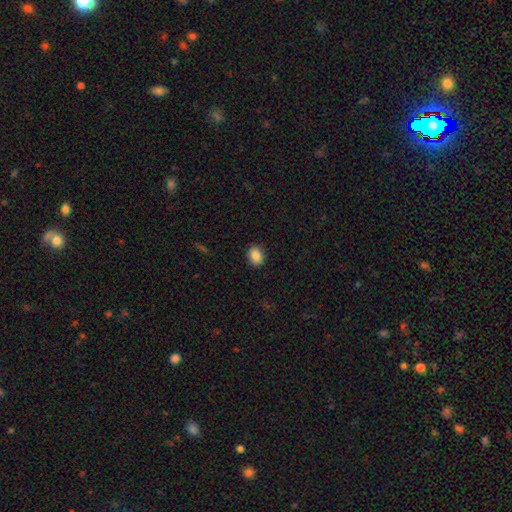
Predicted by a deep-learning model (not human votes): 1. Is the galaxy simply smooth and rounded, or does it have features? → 87% smooth, 9% star or artifact, 4% featured or disk.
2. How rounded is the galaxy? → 53% in between, 46% round, 1% cigar-shaped.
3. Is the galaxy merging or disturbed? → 90% none, 7% minor disturbance, 2% major disturbance, 1% merger.